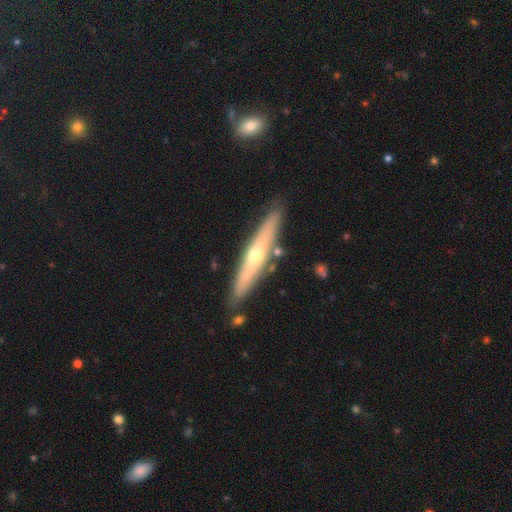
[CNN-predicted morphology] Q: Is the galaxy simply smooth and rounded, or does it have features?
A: featured or disk — 59%.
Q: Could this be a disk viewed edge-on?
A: yes — 89%.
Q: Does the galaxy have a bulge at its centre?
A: rounded — 82%.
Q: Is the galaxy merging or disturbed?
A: none — 85%.